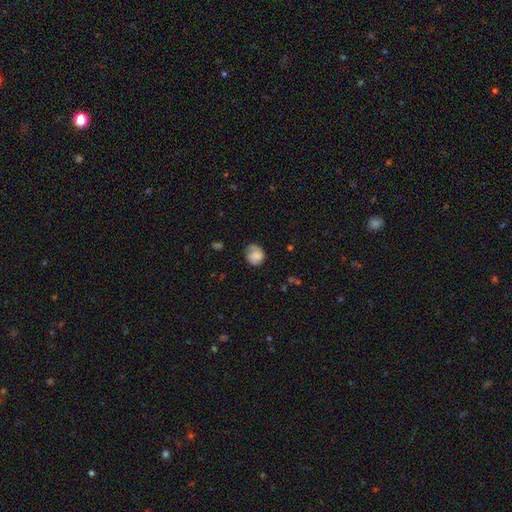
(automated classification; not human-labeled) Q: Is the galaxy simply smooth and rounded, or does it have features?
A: smooth — 72%.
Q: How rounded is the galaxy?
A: round — 70%.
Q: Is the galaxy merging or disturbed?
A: none — 54%.